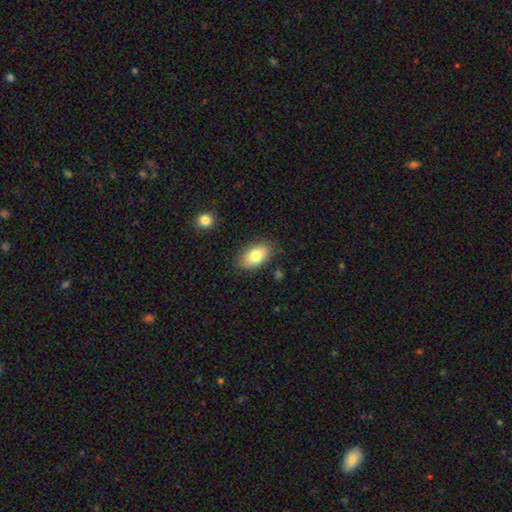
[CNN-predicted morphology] Q: Smooth or featured?
A: smooth (78%); runner-up: featured or disk (14%)
Q: How rounded?
A: in between (92%); runner-up: round (6%)
Q: Merging?
A: none (83%); runner-up: minor disturbance (13%)